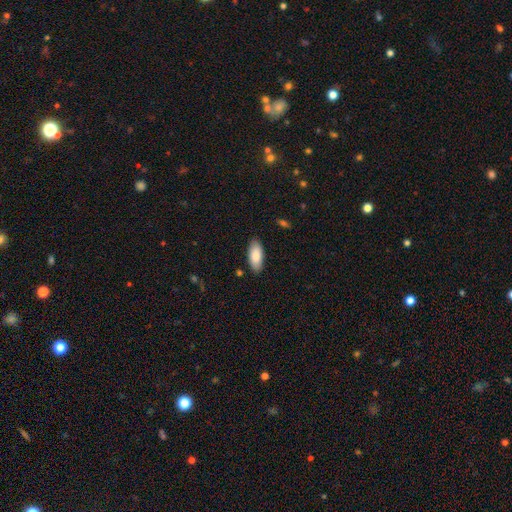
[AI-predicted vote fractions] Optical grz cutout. It shows a smooth galaxy with no disk features (86%) that is in between round and cigar-shaped (88%). Merging: none (87%).